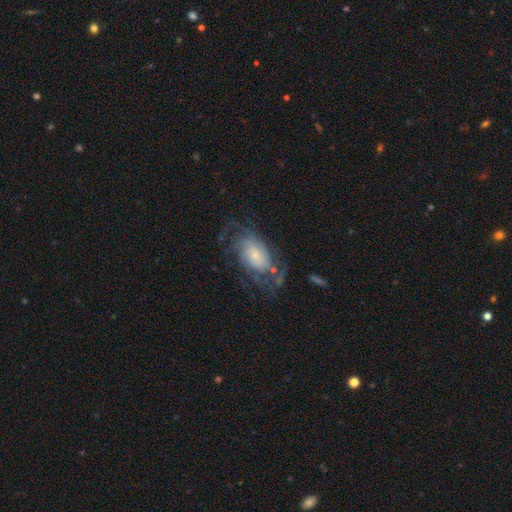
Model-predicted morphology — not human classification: Overall: featured or disk (71%). Edge-on disk: no (95%). Bar: no (72%). Spiral arms: yes (87%). Spiral arm count: can't tell (44%; 2 17%). Spiral winding: tight (41%; medium 38%). Bulge size: small (51%; moderate 27%). Merging: none (54%; major disturbance 23%).